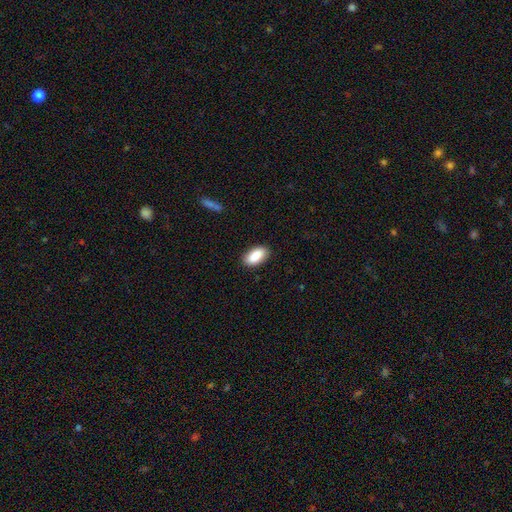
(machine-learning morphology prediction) Overall: smooth (88%). How rounded: in between (93%). Merging: none (87%).